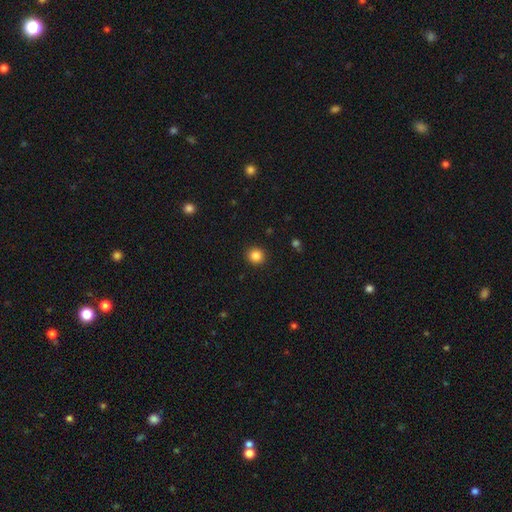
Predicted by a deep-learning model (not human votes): This appears to be a smooth galaxy with no disk features (85%) that is round (89%). Merging: none (92%).